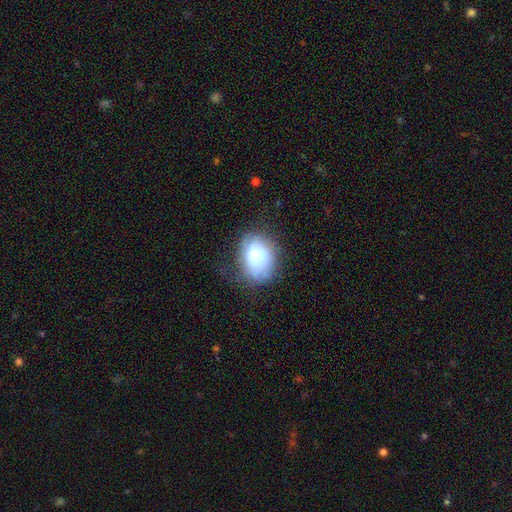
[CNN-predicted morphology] Smooth or featured: smooth — 68% (featured or disk — 23%)
How rounded: in between — 60% (round — 39%)
Merging: none — 57% (minor disturbance — 28%)